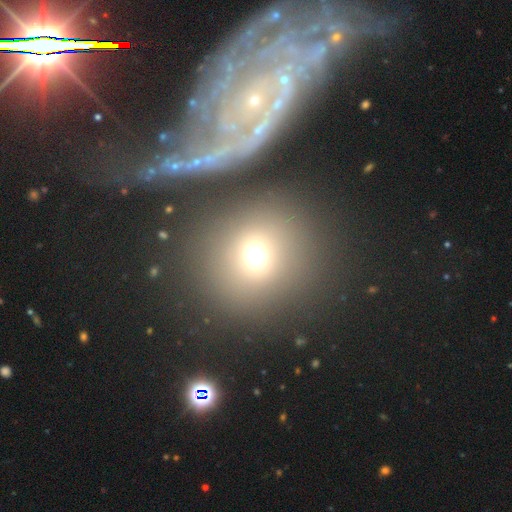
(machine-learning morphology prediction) Smooth or featured: smooth — 68% (star or artifact — 23%)
How rounded: round — 83% (in between — 16%)
Merging: none — 77% (merger — 10%)